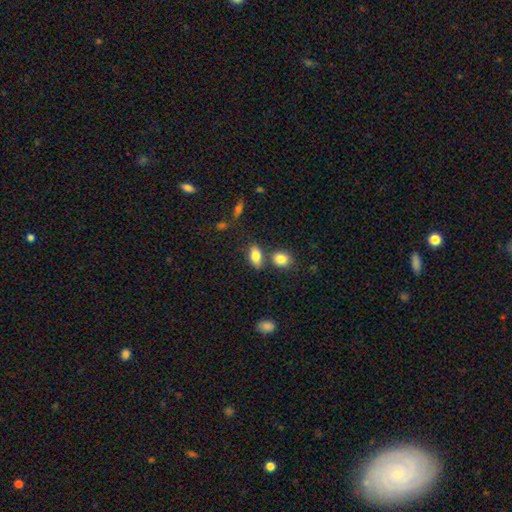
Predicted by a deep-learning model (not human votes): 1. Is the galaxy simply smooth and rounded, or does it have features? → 82% smooth, 10% featured or disk, 8% star or artifact.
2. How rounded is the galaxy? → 85% in between, 10% round, 6% cigar-shaped.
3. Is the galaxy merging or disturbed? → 63% none, 19% merger, 14% minor disturbance, 4% major disturbance.